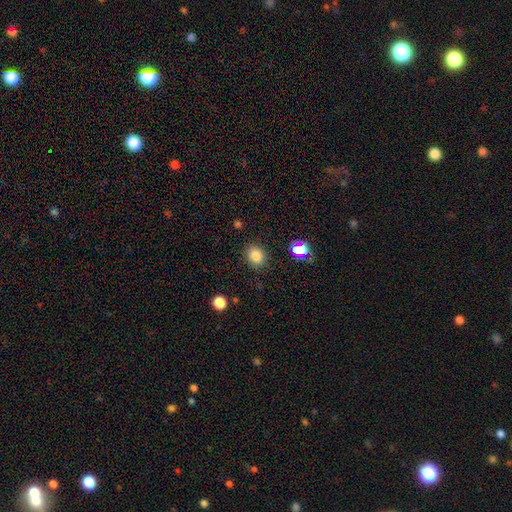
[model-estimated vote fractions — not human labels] Smooth or featured?
  - smooth: 83% *
  - star or artifact: 12%
  - featured or disk: 5%
How rounded?
  - round: 64% *
  - in between: 35%
  - cigar-shaped: 1%
Merging?
  - none: 86% *
  - minor disturbance: 9%
  - major disturbance: 3%
  - merger: 2%